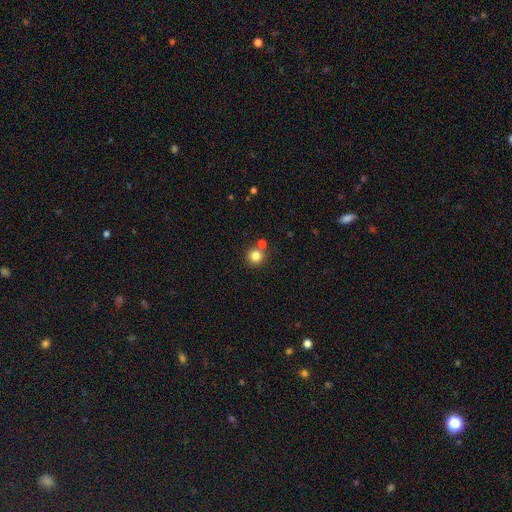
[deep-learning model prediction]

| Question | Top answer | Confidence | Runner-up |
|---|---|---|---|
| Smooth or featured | smooth | 82% | star or artifact (12%) |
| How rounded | round | 94% | in between (5%) |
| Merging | none | 71% | merger (19%) |